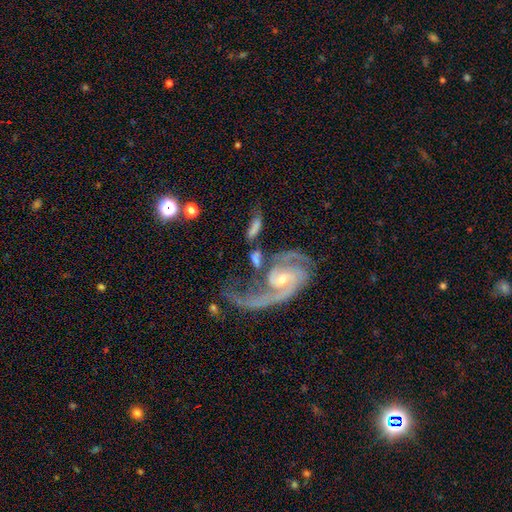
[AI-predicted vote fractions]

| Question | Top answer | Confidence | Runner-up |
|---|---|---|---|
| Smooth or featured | featured or disk | 85% | star or artifact (8%) |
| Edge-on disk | no | 96% | yes (4%) |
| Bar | no | 54% | weak (33%) |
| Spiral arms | yes | 93% | no (7%) |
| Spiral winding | medium | 41% | loose (36%) |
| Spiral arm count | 2 | 50% | 1 (31%) |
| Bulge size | small | 51% | moderate (43%) |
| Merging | major disturbance | 31% | none (30%) |